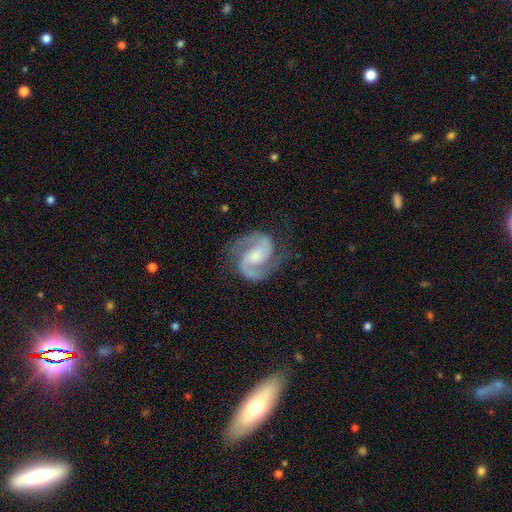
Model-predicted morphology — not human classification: This appears to be a featured or disk galaxy (93%) with no bar (44%), 2 (94%) medium (62%) spiral arms (98%) and a moderate central bulge (45%). Merging: none (80%).